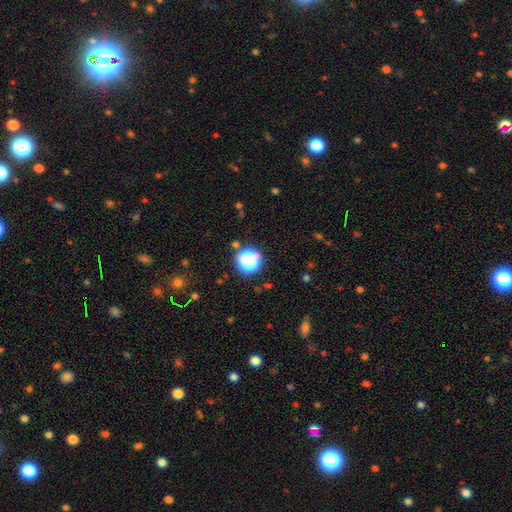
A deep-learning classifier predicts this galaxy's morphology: Smooth or featured: star or artifact — 61% (smooth — 31%)